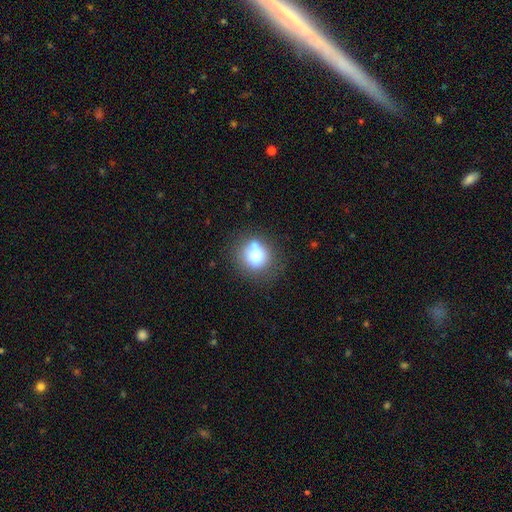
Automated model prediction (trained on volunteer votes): Smooth or featured? smooth (72%)
How rounded? round (82%)
Merging? none (59%)